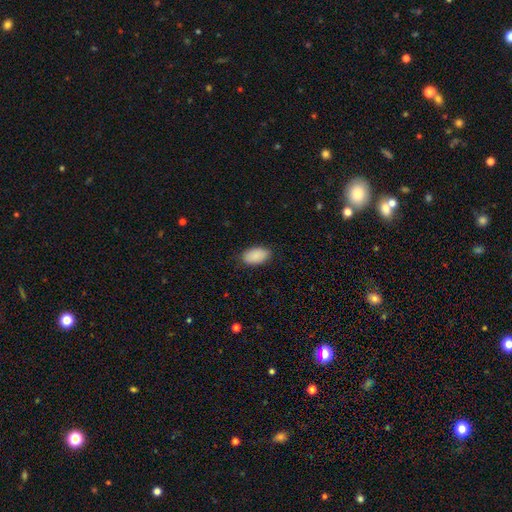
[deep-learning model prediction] Smooth or featured?
  - smooth: 89% *
  - star or artifact: 6%
  - featured or disk: 5%
How rounded?
  - in between: 94% *
  - round: 4%
  - cigar-shaped: 2%
Merging?
  - none: 83% *
  - minor disturbance: 13%
  - major disturbance: 3%
  - merger: 1%